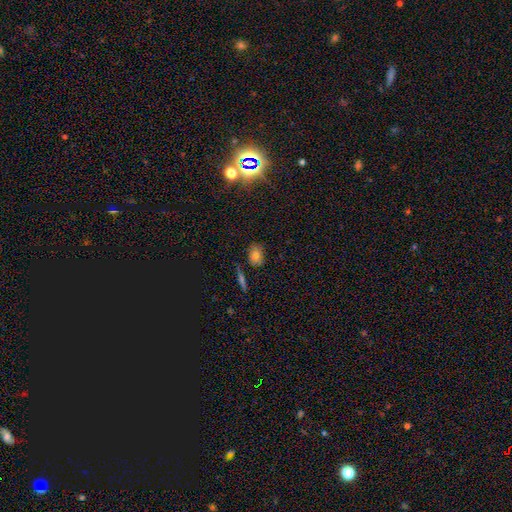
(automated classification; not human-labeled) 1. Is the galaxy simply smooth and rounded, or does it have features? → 73% smooth, 16% star or artifact, 11% featured or disk.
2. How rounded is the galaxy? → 63% in between, 34% round, 3% cigar-shaped.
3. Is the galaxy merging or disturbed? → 76% none, 16% minor disturbance, 5% merger, 4% major disturbance.